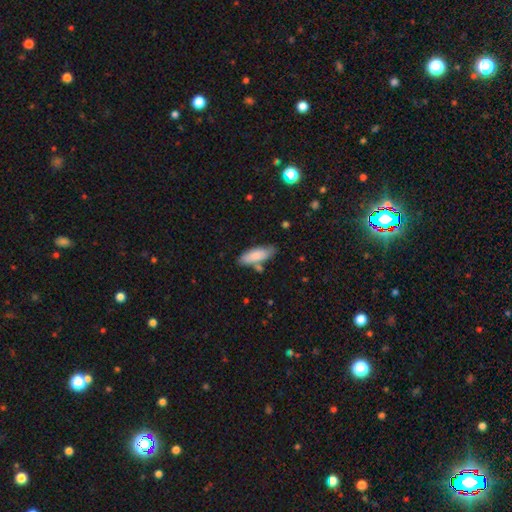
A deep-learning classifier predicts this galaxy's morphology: Overall: smooth (82%). How rounded: in between (65%; cigar-shaped 33%). Merging: none (70%).